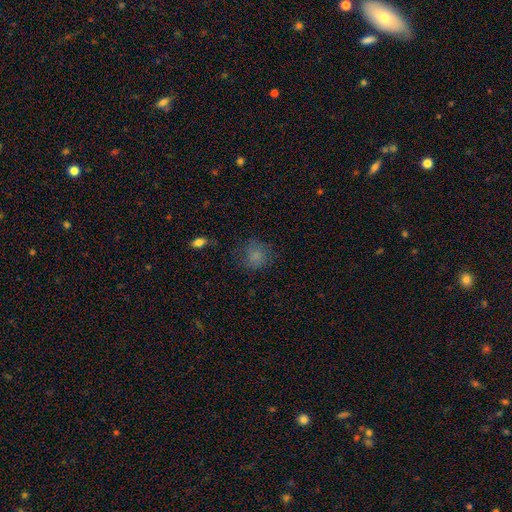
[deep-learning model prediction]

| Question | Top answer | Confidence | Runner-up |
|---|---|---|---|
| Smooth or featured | smooth | 76% | star or artifact (13%) |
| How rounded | round | 77% | in between (22%) |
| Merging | none | 68% | minor disturbance (20%) |